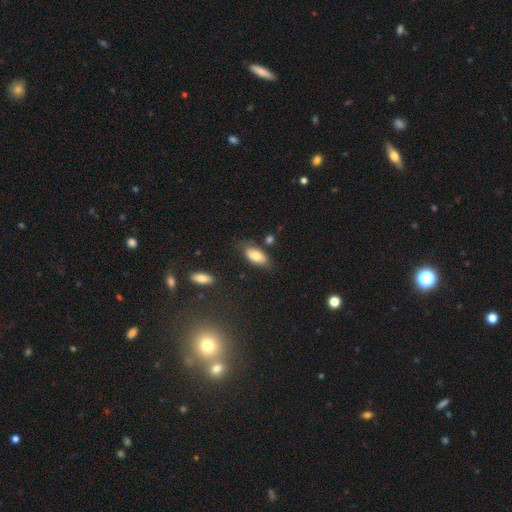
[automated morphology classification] Smooth or featured?
  - smooth: 77% *
  - featured or disk: 15%
  - star or artifact: 7%
How rounded?
  - in between: 91% *
  - cigar-shaped: 6%
  - round: 3%
Merging?
  - none: 74% *
  - minor disturbance: 18%
  - major disturbance: 4%
  - merger: 4%